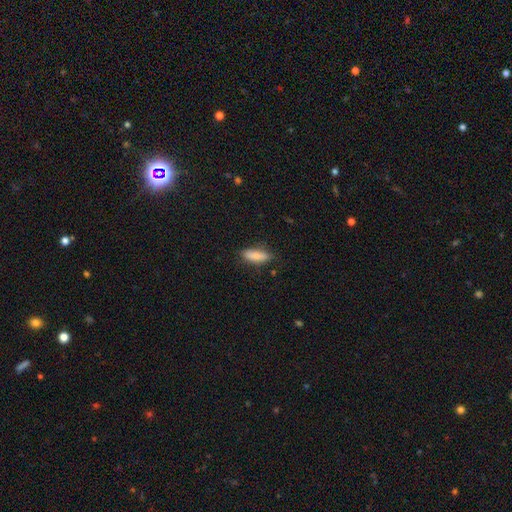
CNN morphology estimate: Overall: smooth (82%). How rounded: in between (60%; cigar-shaped 38%). Merging: none (77%).